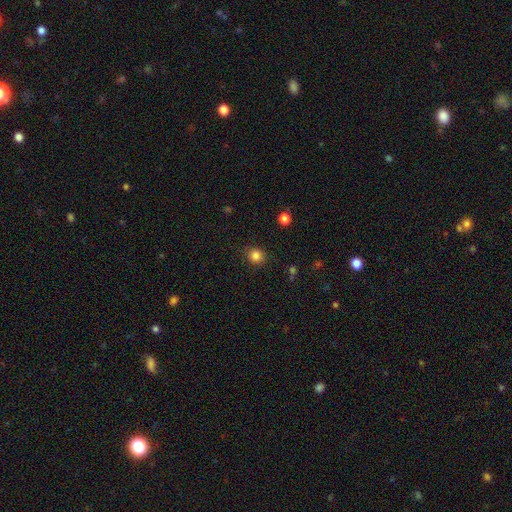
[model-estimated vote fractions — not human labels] Q: Smooth or featured?
A: smooth (84%); runner-up: star or artifact (12%)
Q: How rounded?
A: round (82%); runner-up: in between (17%)
Q: Merging?
A: none (87%); runner-up: minor disturbance (9%)